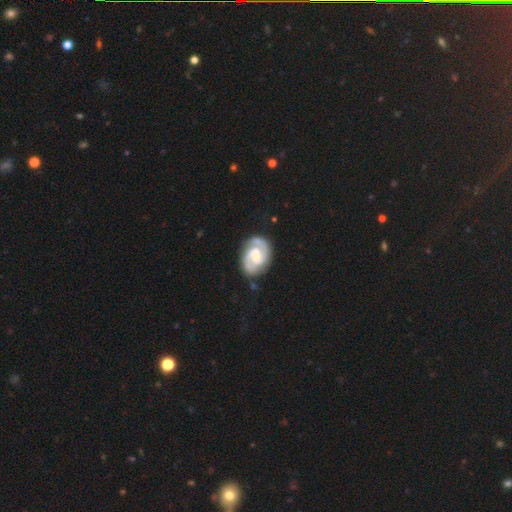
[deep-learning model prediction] Smooth or featured: featured or disk — 90% (smooth — 6%)
Edge-on disk: no — 98% (yes — 2%)
Bar: weak — 52% (no — 27%)
Spiral arms: yes — 98% (no — 2%)
Spiral winding: tight — 48% (medium — 45%)
Spiral arm count: 2 — 90% (can't tell — 3%)
Bulge size: moderate — 58% (small — 29%)
Merging: none — 79% (minor disturbance — 15%)